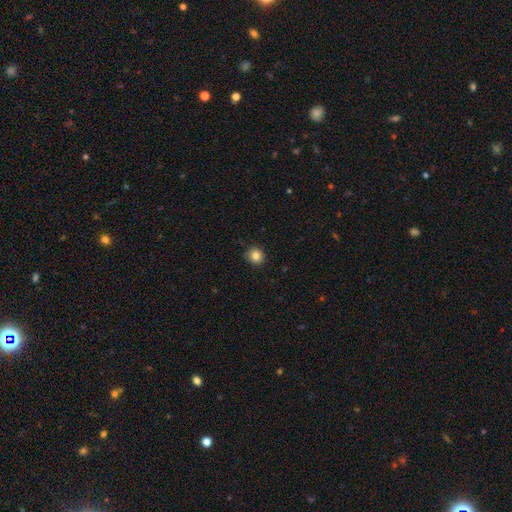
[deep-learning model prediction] Smooth or featured? Predicted: smooth (p=0.83). How rounded? Predicted: round (p=0.87). Merging? Predicted: none (p=0.86).